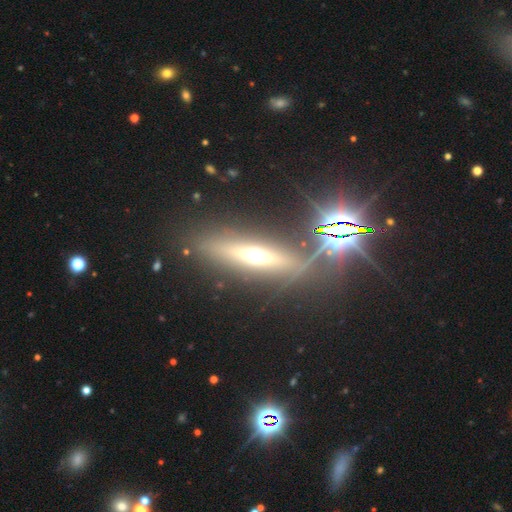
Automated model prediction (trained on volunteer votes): smooth-or-featured: featured or disk: 50% | smooth: 27% | star or artifact: 23%
  merging: none: 79% | minor disturbance: 10% | major disturbance: 6% | merger: 5%